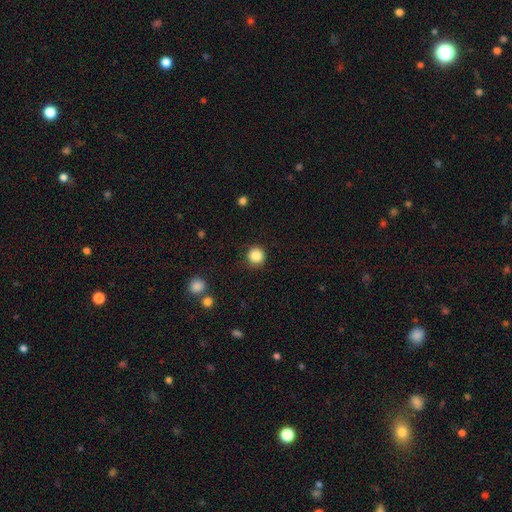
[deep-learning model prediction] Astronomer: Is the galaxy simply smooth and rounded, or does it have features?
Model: smooth — 86%.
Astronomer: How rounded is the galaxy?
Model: round — 94%.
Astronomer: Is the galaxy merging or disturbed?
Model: none — 89%.